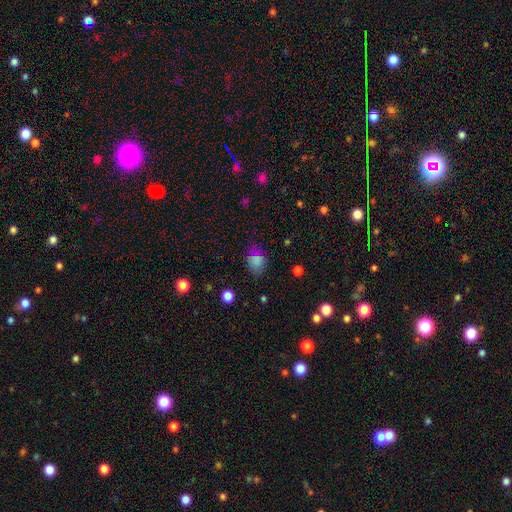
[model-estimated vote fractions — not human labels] Smooth or featured? Predicted: smooth (p=0.73). How rounded? Predicted: in between (p=0.68). Merging? Predicted: none (p=0.72).